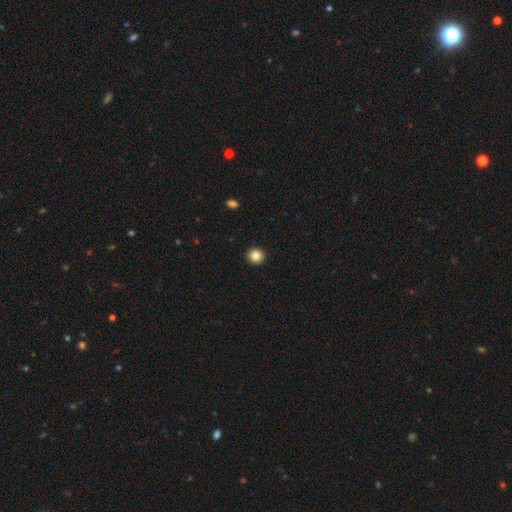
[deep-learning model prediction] Smooth or featured? smooth (85%)
How rounded? round (85%)
Merging? none (93%)